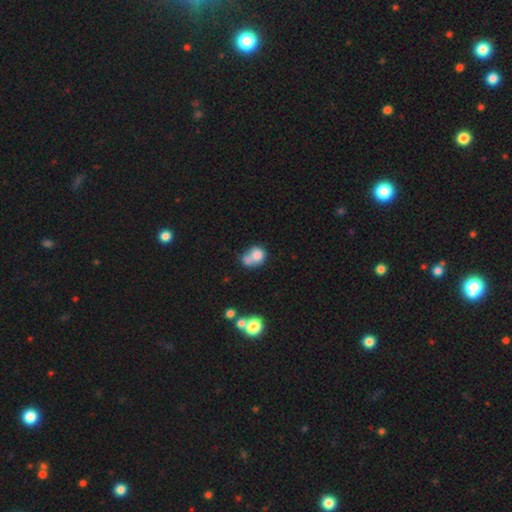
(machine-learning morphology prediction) Smooth or featured? smooth (73%)
How rounded? round (62%)
Merging? merger (55%)